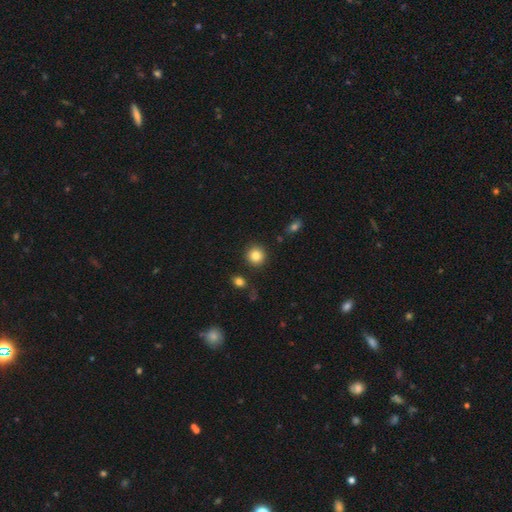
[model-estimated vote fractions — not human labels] smooth 84%, star or artifact 10%, featured or disk 6%. Down the decision tree: how rounded — round (90%); merging — none (89%).